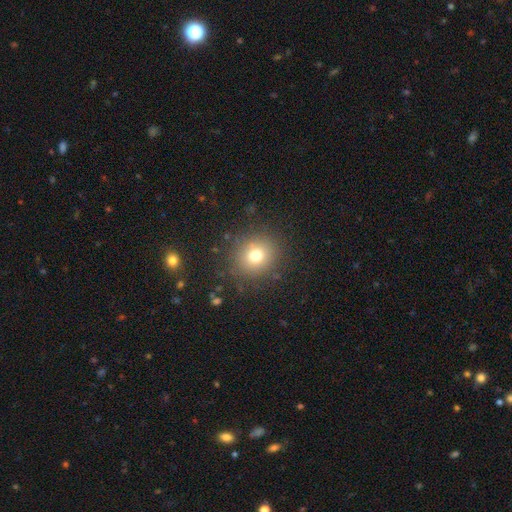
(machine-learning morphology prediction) smooth_or_featured: smooth (p=0.74) [alt: star or artifact p=0.15]
how_rounded: round (p=0.85) [alt: in between p=0.14]
merging: none (p=0.85) [alt: minor disturbance p=0.09]